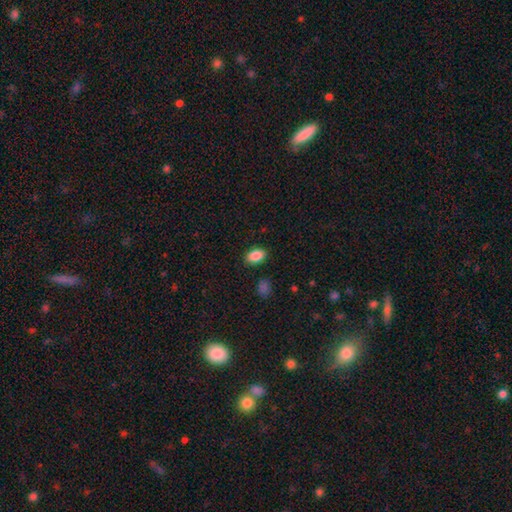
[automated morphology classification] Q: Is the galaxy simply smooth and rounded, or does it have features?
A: smooth — 88%.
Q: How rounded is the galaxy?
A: in between — 88%.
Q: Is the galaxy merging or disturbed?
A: none — 88%.